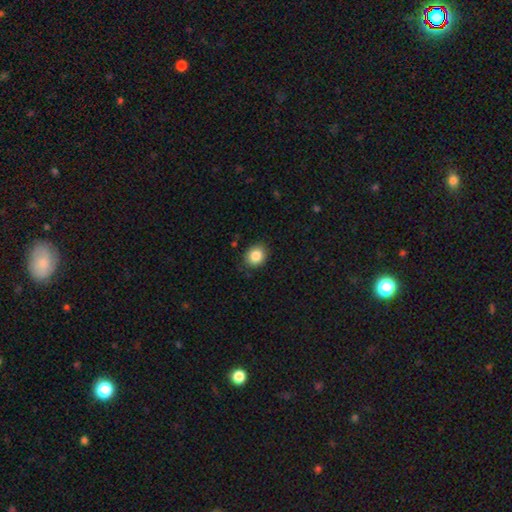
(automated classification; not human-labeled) smooth_or_featured: smooth (p=0.85) [alt: star or artifact p=0.09]
how_rounded: round (p=0.64) [alt: in between p=0.35]
merging: none (p=0.85) [alt: minor disturbance p=0.11]